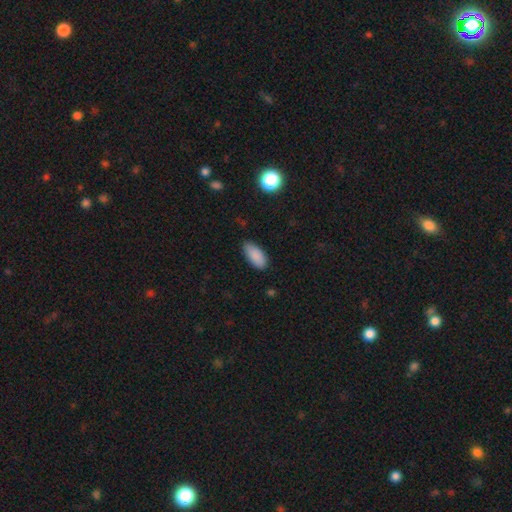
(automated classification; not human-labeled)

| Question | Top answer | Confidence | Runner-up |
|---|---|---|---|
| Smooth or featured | smooth | 88% | star or artifact (7%) |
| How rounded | in between | 91% | cigar-shaped (7%) |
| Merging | none | 79% | minor disturbance (17%) |